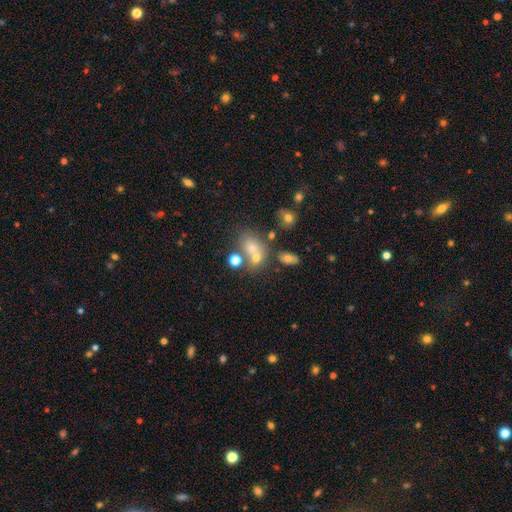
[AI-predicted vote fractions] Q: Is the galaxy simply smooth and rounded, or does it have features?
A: smooth — 55%.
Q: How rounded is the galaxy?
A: in between — 51%.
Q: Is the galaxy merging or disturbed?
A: none — 42%.